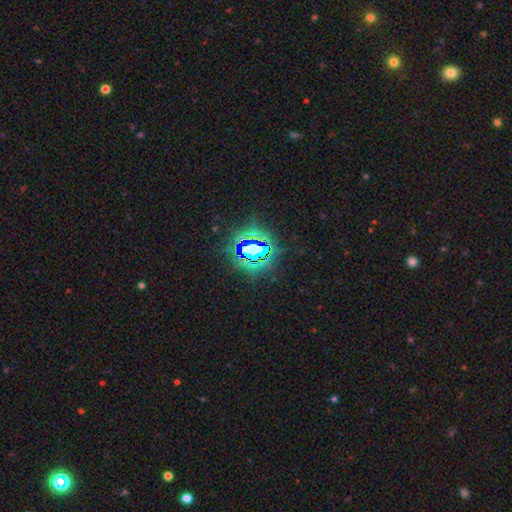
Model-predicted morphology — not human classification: This is clearly a star or artifact rather than a galaxy (80%).